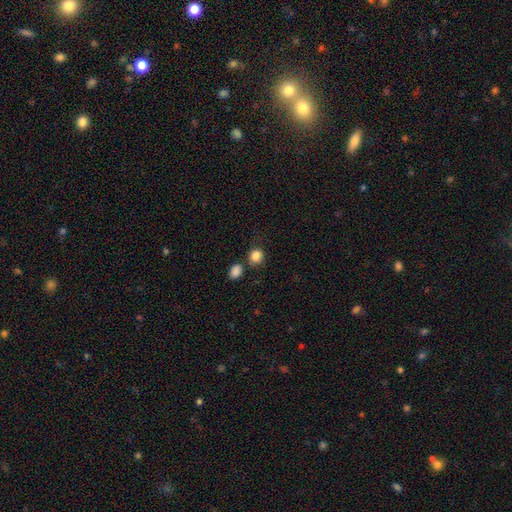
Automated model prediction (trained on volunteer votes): Smooth or featured?
  - smooth: 85% *
  - star or artifact: 10%
  - featured or disk: 4%
How rounded?
  - round: 74% *
  - in between: 25%
  - cigar-shaped: 1%
Merging?
  - none: 65% *
  - merger: 17%
  - minor disturbance: 13%
  - major disturbance: 5%